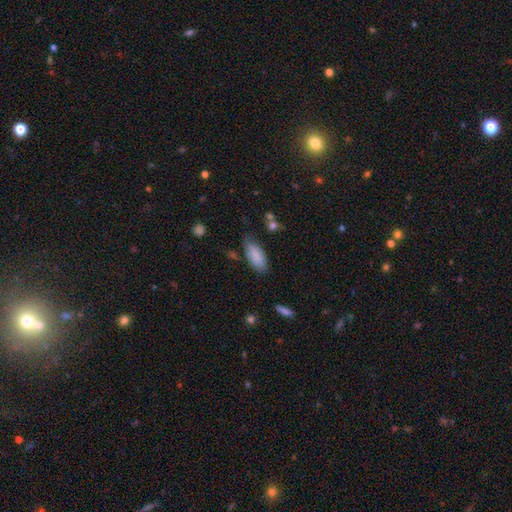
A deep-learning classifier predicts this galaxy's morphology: Smooth or featured? smooth (86%)
How rounded? in between (87%)
Merging? none (69%)